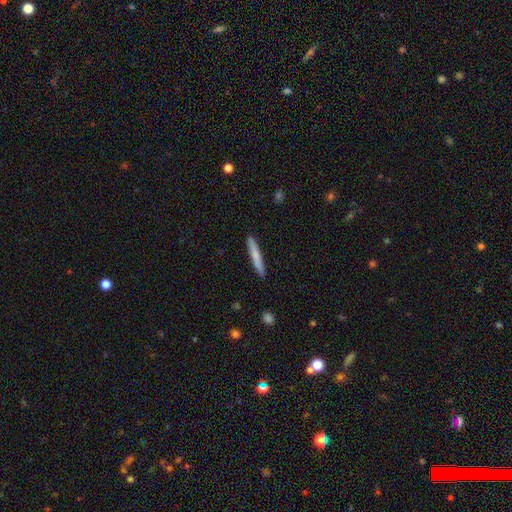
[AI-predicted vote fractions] A smooth galaxy with no disk features (68%) that is cigar-shaped (95%).

Vote fractions:
- Smooth or featured? smooth: 68% / featured or disk: 26% / star or artifact: 5%
- How rounded? cigar-shaped: 95% / in between: 4% / round: 1%
- Merging? none: 90% / minor disturbance: 7% / major disturbance: 1% / merger: 1%